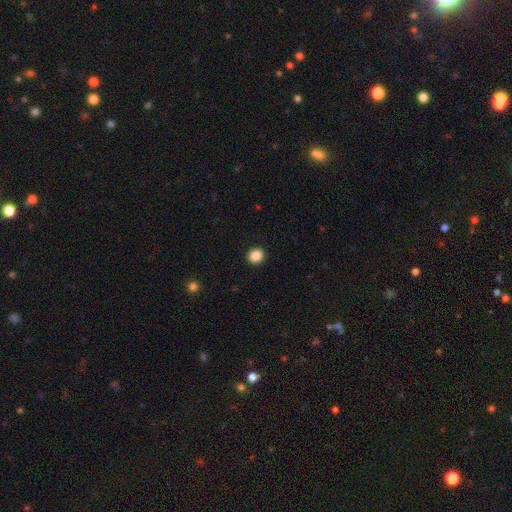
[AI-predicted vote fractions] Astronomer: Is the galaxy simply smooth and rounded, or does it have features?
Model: smooth — 88%.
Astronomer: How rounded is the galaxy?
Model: round — 83%.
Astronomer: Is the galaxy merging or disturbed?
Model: none — 93%.